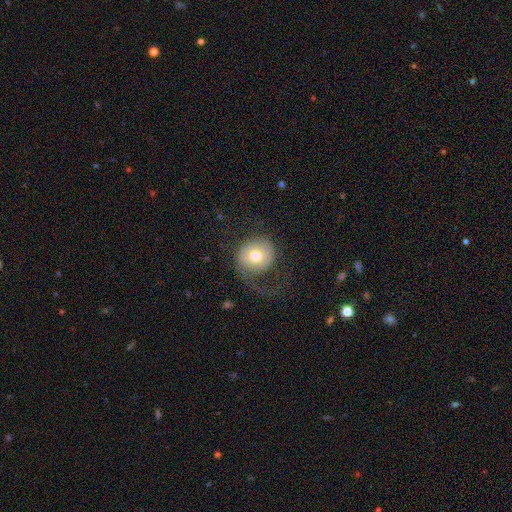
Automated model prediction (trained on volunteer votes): smooth-or-featured: smooth: 60% | featured or disk: 32% | star or artifact: 8%
  how-rounded: round: 83% | in between: 16% | cigar-shaped: 1%
  merging: none: 40% | major disturbance: 39% | minor disturbance: 19% | merger: 2%